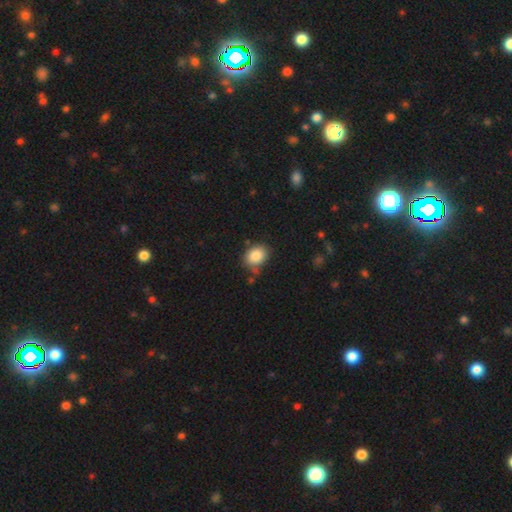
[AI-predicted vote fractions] Smooth or featured?
  - smooth: 85% *
  - star or artifact: 9%
  - featured or disk: 6%
How rounded?
  - round: 50% *
  - in between: 49%
  - cigar-shaped: 1%
Merging?
  - none: 69% *
  - minor disturbance: 20%
  - merger: 6%
  - major disturbance: 5%